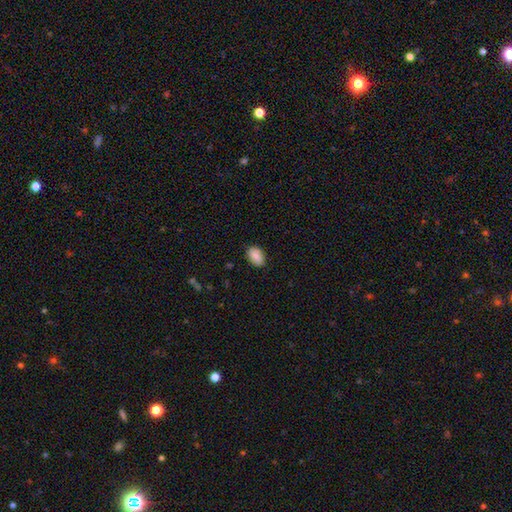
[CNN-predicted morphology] type=smooth (82%); roundness=in between (85%); merging=none (83%).